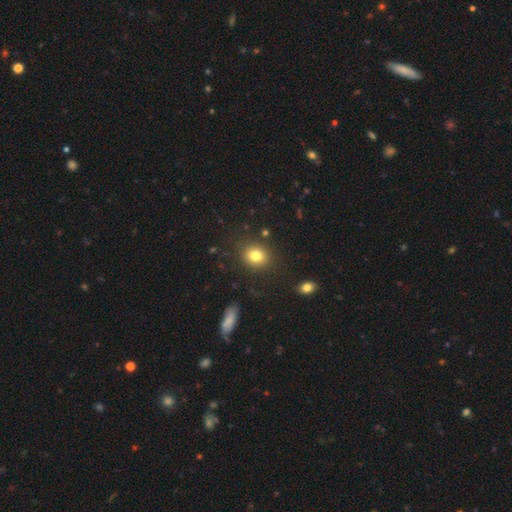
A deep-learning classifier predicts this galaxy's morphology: This appears to be a smooth galaxy with no disk features (80%) that is round (67%). Merging: none (86%).